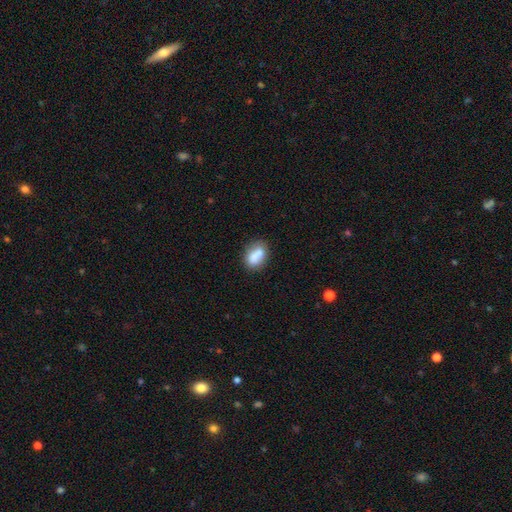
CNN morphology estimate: A smooth galaxy with no disk features (78%) that is in between round and cigar-shaped (79%). Merging: none (58%).